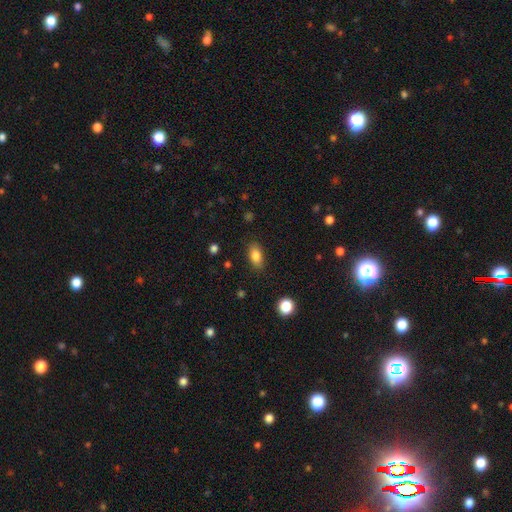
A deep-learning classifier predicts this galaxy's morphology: type=smooth (84%); roundness=in between (88%); merging=none (85%).